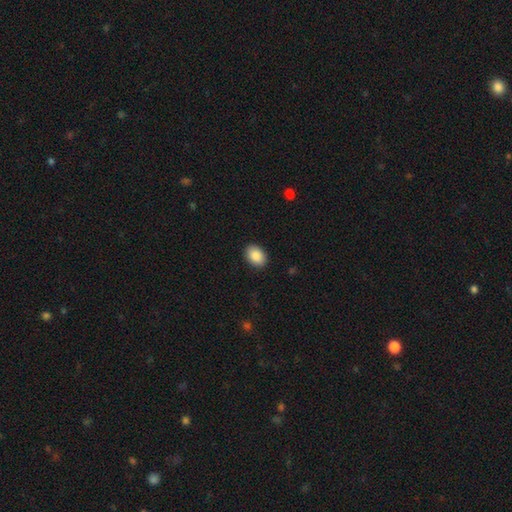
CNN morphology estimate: Smooth or featured? Predicted: smooth (p=0.89). How rounded? Predicted: in between (p=0.81). Merging? Predicted: none (p=0.90).